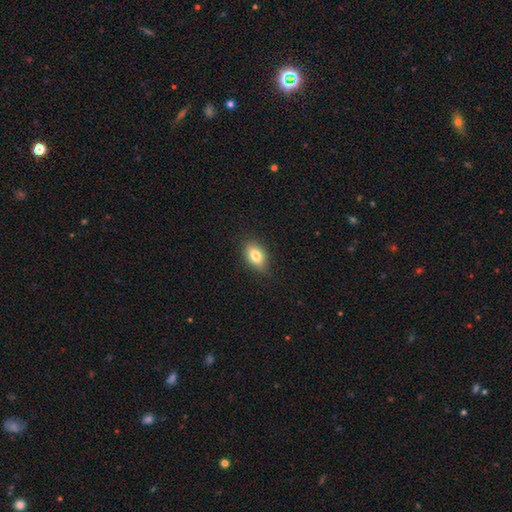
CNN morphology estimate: Smooth or featured? smooth (77%)
How rounded? in between (86%)
Merging? none (83%)